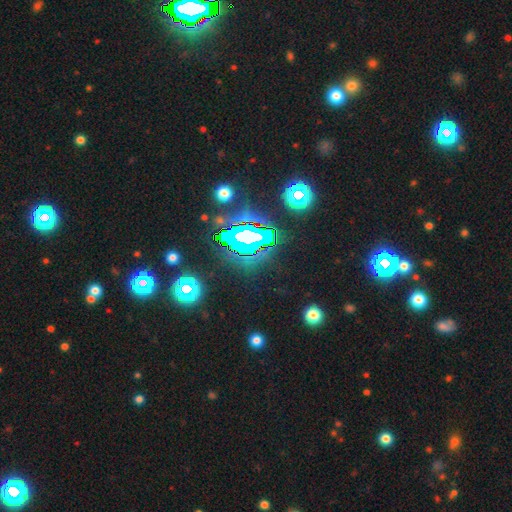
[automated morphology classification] smooth_or_featured: star or artifact (p=0.83) [alt: smooth p=0.11]